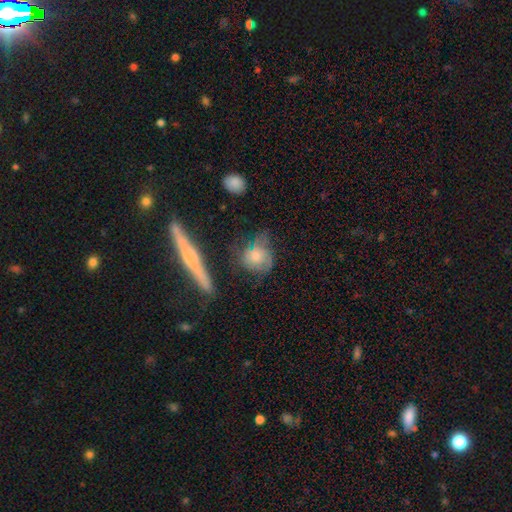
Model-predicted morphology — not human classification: Q: Smooth or featured?
A: smooth (53%); runner-up: featured or disk (38%)
Q: How rounded?
A: round (63%); runner-up: in between (33%)
Q: Merging?
A: none (46%); runner-up: minor disturbance (26%)